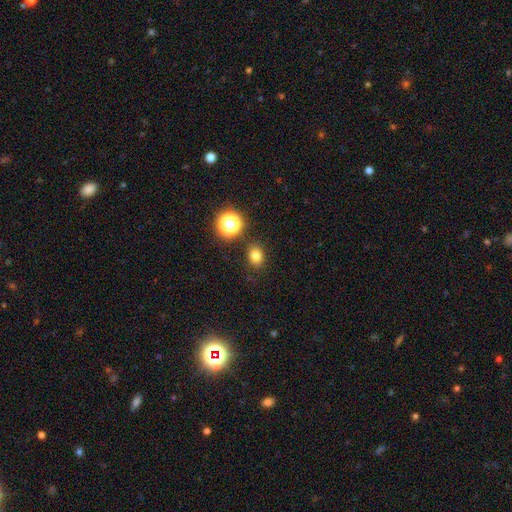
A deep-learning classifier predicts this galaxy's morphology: type=smooth (78%); roundness=round (54%); merging=none (85%).